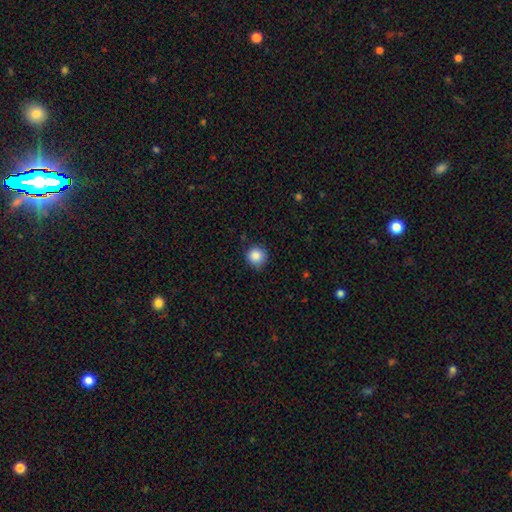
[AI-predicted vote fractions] Smooth or featured?
  - smooth: 87% *
  - star or artifact: 9%
  - featured or disk: 4%
How rounded?
  - round: 93% *
  - in between: 6%
  - cigar-shaped: 1%
Merging?
  - none: 82% *
  - minor disturbance: 14%
  - major disturbance: 3%
  - merger: 1%